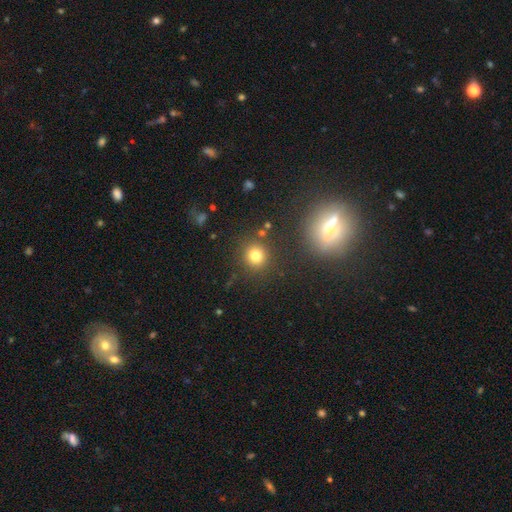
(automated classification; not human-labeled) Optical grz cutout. It shows a smooth galaxy with no disk features (77%) that is round (91%). Merging: none (86%).